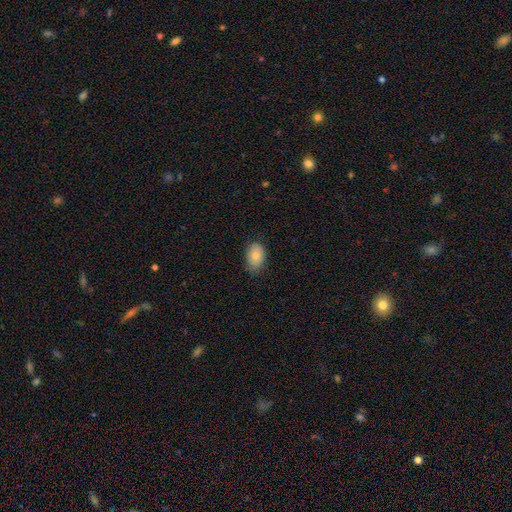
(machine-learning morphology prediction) Overall: smooth (82%). How rounded: in between (85%). Merging: none (71%).